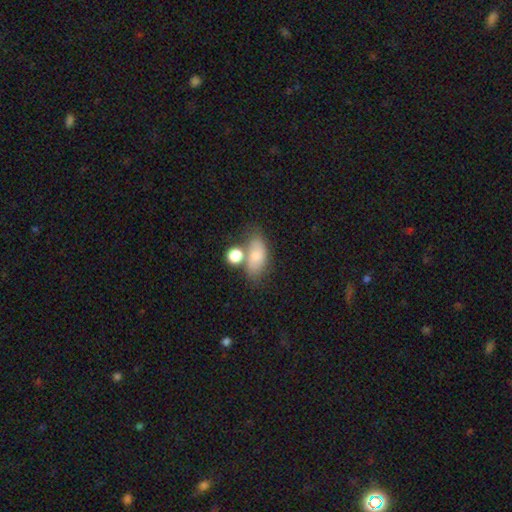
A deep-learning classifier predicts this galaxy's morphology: This is likely a smooth galaxy (75%). How rounded: clearly in between (82%). Merging: possibly none (50%).